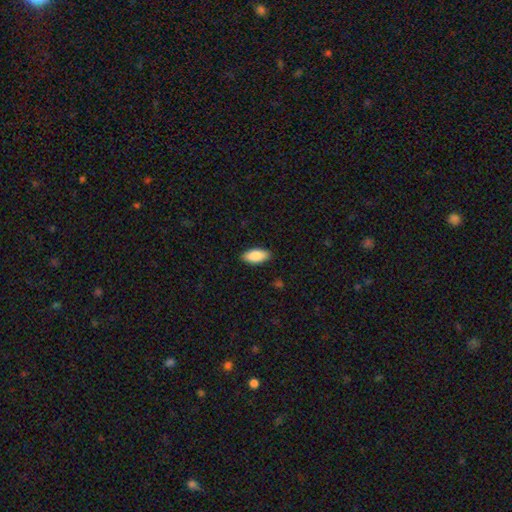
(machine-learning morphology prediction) A smooth galaxy with no disk features (87%) that is in between round and cigar-shaped (91%). Merging: none (89%).